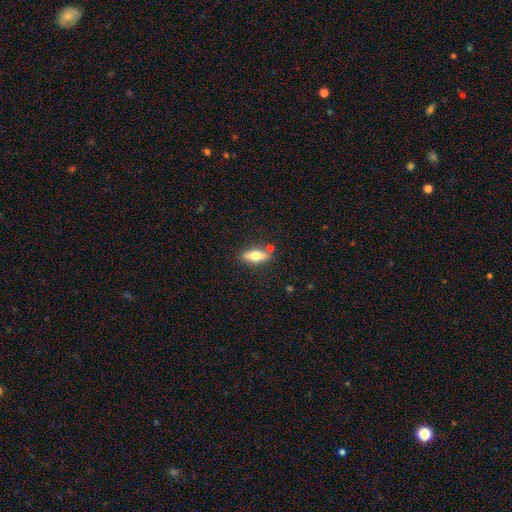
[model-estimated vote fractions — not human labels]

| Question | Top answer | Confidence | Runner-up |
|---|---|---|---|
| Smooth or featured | smooth | 54% | featured or disk (39%) |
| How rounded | in between | 59% | cigar-shaped (37%) |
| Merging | none | 79% | minor disturbance (11%) |